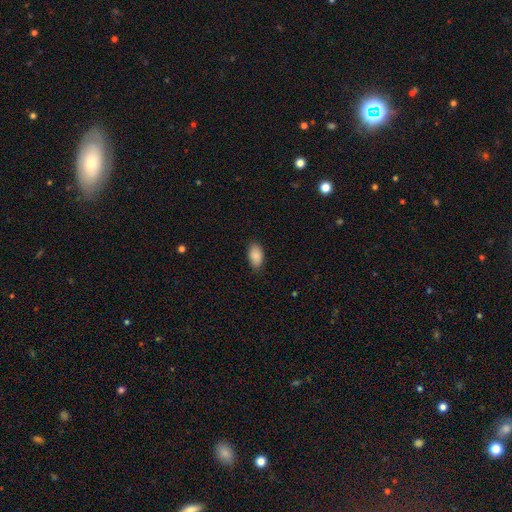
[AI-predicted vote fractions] A smooth galaxy with no disk features (89%) that is in between round and cigar-shaped (94%). Merging: none (85%).